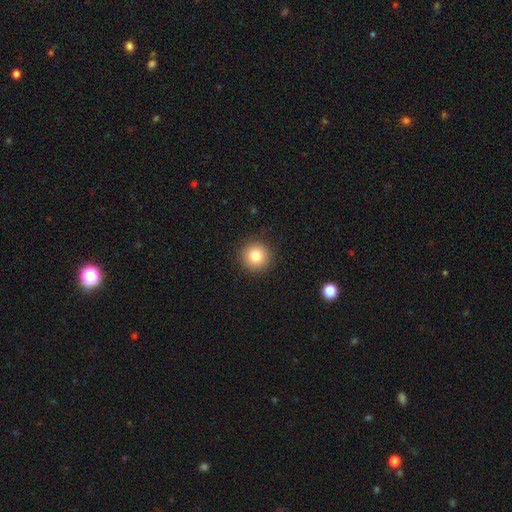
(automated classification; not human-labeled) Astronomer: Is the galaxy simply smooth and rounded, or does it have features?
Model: smooth — 82%.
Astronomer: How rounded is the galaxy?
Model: round — 95%.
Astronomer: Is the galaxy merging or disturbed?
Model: none — 92%.